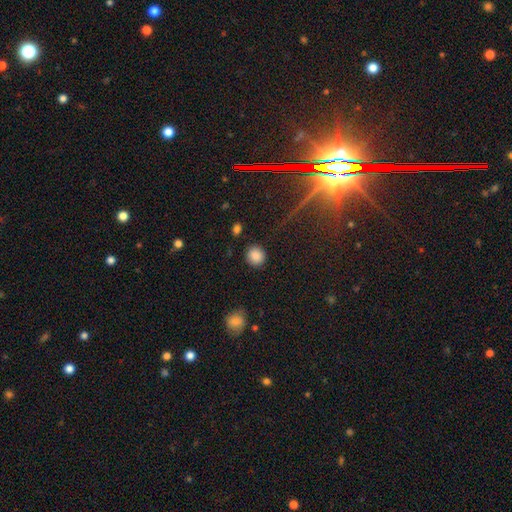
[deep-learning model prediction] The model was most divided on "how rounded": round: 86%, in between: 13%, cigar-shaped: 1%. More confident: merging — none (88%); smooth or featured — smooth (85%).